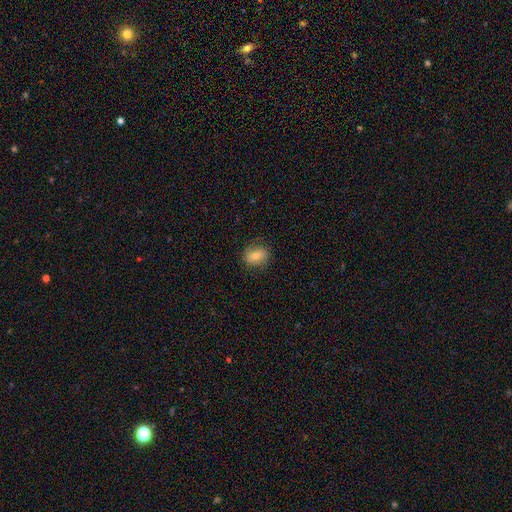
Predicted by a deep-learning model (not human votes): A smooth galaxy with no disk features (70%) that is in between round and cigar-shaped (56%). Merging: none (81%).